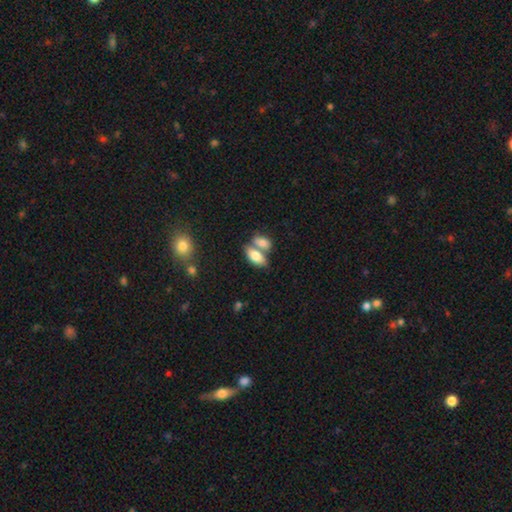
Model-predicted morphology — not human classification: A smooth galaxy with no disk features (78%) that is in between round and cigar-shaped (87%).

Vote fractions:
- Smooth or featured? smooth: 78% / featured or disk: 15% / star or artifact: 7%
- How rounded? in between: 87% / cigar-shaped: 9% / round: 4%
- Merging? merger: 50% / none: 36% / minor disturbance: 10% / major disturbance: 4%